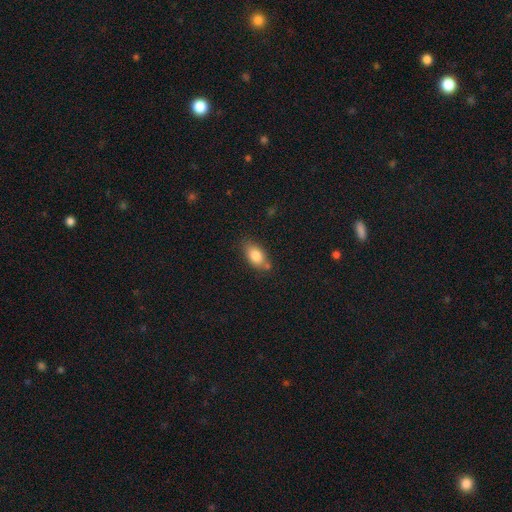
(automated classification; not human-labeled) The model was most divided on "merging": none: 68%, minor disturbance: 18%, merger: 10%, major disturbance: 4%. More confident: how rounded — in between (88%); smooth or featured — smooth (82%).